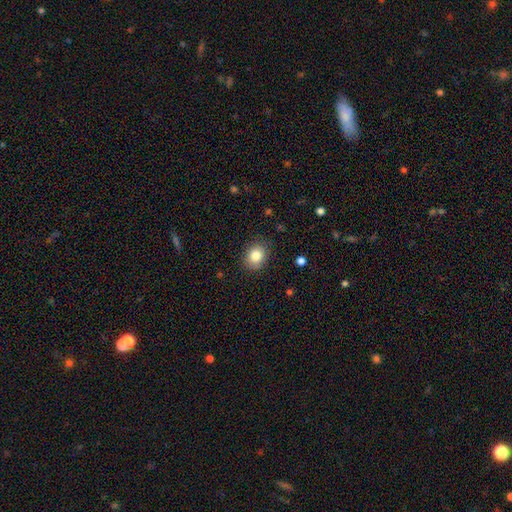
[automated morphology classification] type=smooth (83%); roundness=round (58%); merging=none (86%).